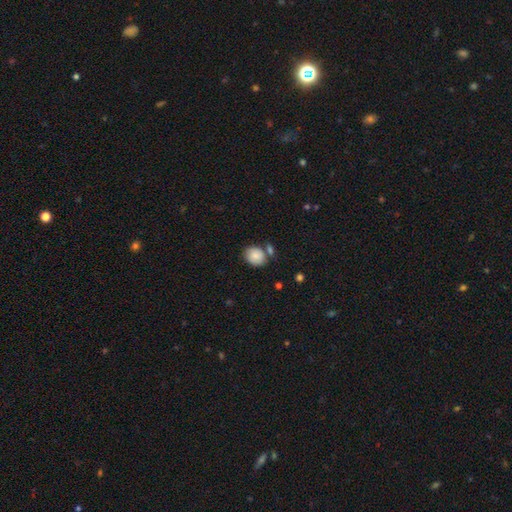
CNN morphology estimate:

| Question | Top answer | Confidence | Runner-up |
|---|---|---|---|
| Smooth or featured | smooth | 84% | featured or disk (9%) |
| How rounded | round | 61% | in between (38%) |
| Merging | none | 65% | merger (16%) |